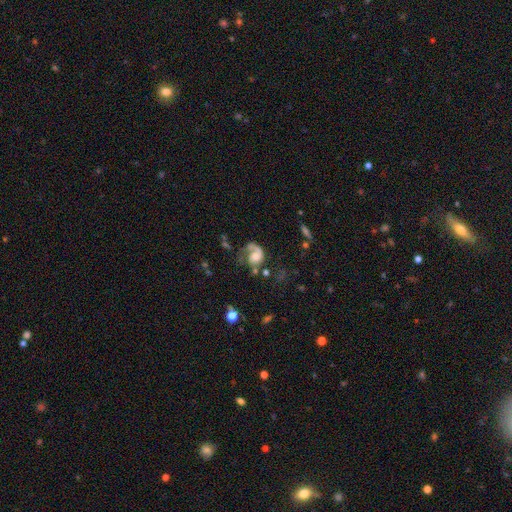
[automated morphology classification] Smooth or featured? featured or disk (67%)
Edge-on disk? no (98%)
Bar? no (75%)
Spiral arms? yes (86%)
Spiral winding? loose (40%)
Spiral arm count? 1 (76%)
Bulge size? moderate (37%)
Merging? major disturbance (40%)